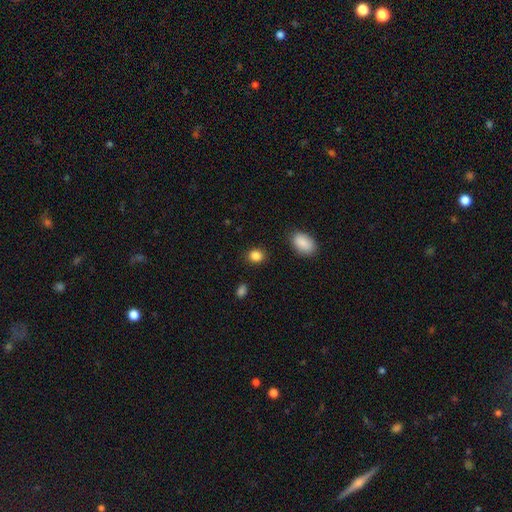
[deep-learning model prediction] smooth 86%, star or artifact 10%, featured or disk 4%. Down the decision tree: how rounded — round (65%); merging — none (89%).